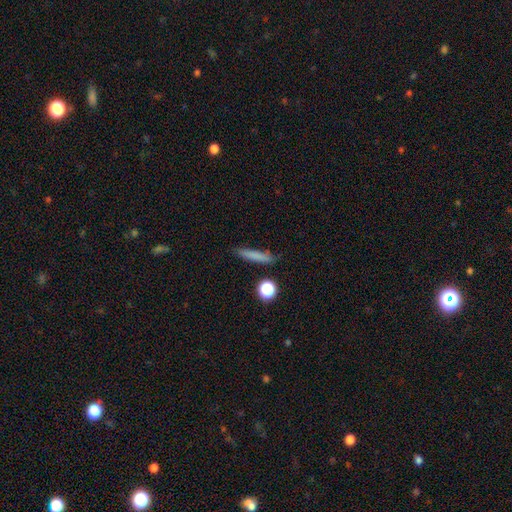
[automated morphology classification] Smooth or featured?
  - smooth: 76% *
  - featured or disk: 14%
  - star or artifact: 10%
How rounded?
  - cigar-shaped: 85% *
  - in between: 11%
  - round: 4%
Merging?
  - none: 81% *
  - minor disturbance: 12%
  - merger: 3%
  - major disturbance: 3%